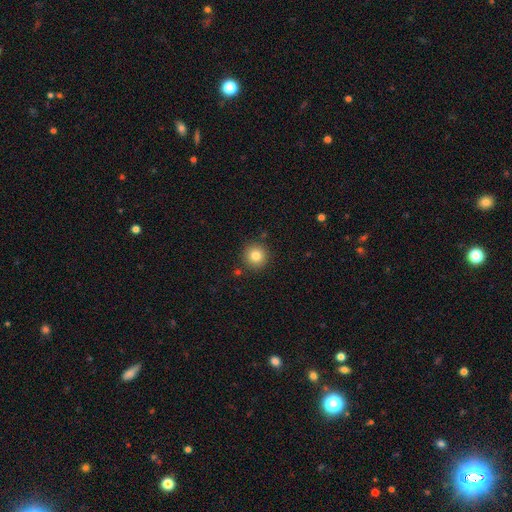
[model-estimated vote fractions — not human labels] Q: Smooth or featured?
A: smooth (82%); runner-up: star or artifact (11%)
Q: How rounded?
A: round (95%); runner-up: in between (4%)
Q: Merging?
A: none (89%); runner-up: minor disturbance (7%)